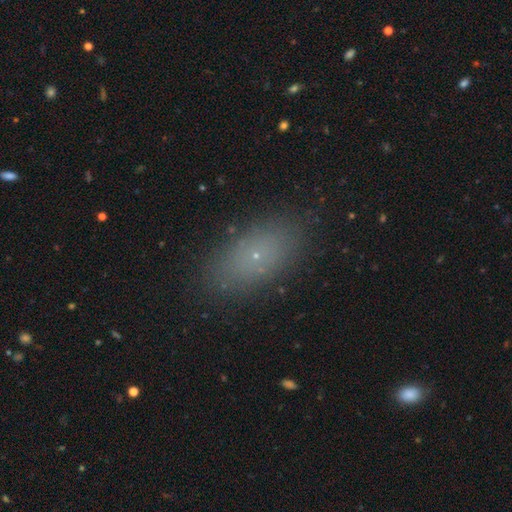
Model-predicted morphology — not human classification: type=smooth (65%); roundness=in between (85%); merging=none (84%).